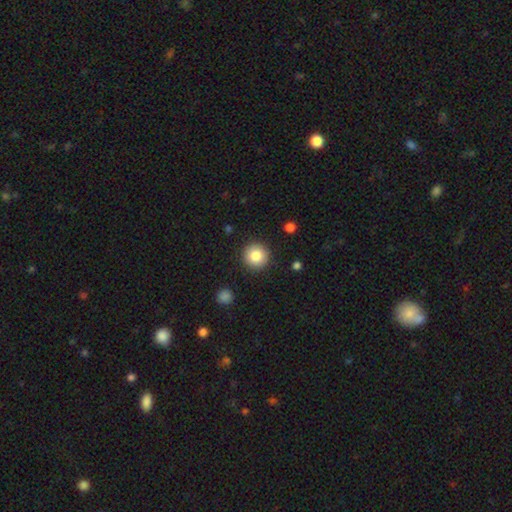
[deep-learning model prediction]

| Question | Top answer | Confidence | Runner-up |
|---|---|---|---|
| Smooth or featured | smooth | 84% | star or artifact (9%) |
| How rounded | round | 95% | in between (4%) |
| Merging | none | 91% | minor disturbance (6%) |